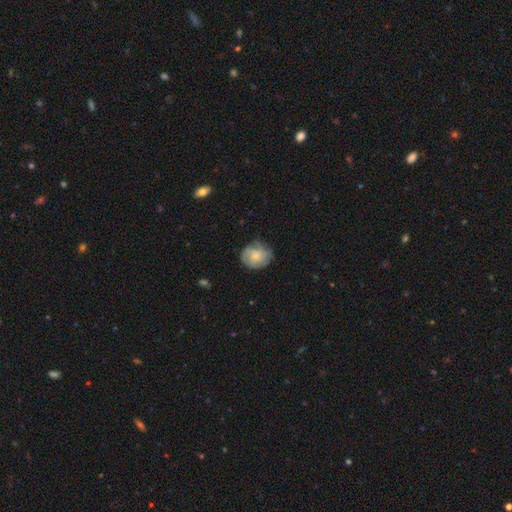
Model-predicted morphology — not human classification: Smooth or featured? Predicted: featured or disk (p=0.50). Edge-on disk? Predicted: no (p=0.98). Merging? Predicted: none (p=0.68).